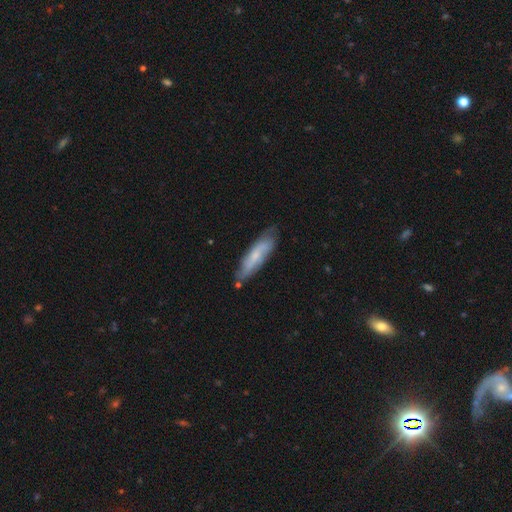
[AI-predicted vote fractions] Morphology: type=smooth (48%); merging=none (71%).